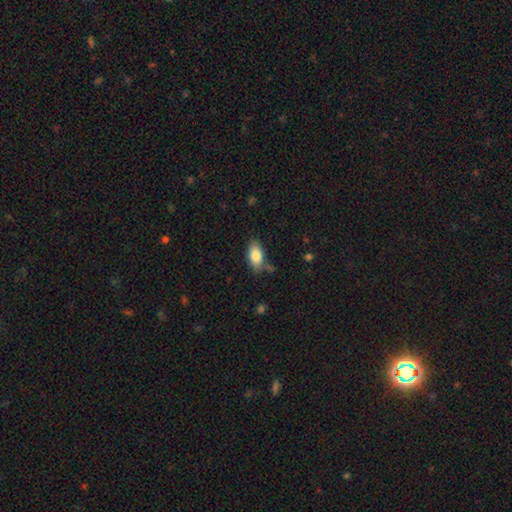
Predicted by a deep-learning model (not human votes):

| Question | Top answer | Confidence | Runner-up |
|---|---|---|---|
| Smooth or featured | smooth | 81% | featured or disk (11%) |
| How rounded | in between | 91% | cigar-shaped (5%) |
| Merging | none | 72% | minor disturbance (19%) |